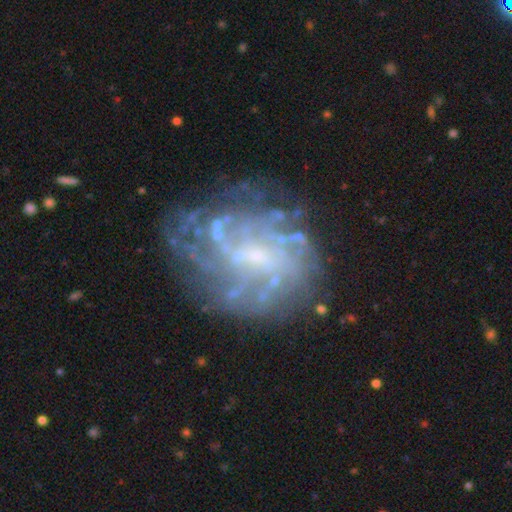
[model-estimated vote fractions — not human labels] featured or disk 79%, star or artifact 11%, smooth 10%. Down the decision tree: edge-on disk — no (98%); bar — no (53%); spiral arms — yes (77%); spiral arm count — can't tell (50%); spiral winding — tight (48%); bulge size — small (53%); merging — none (66%).